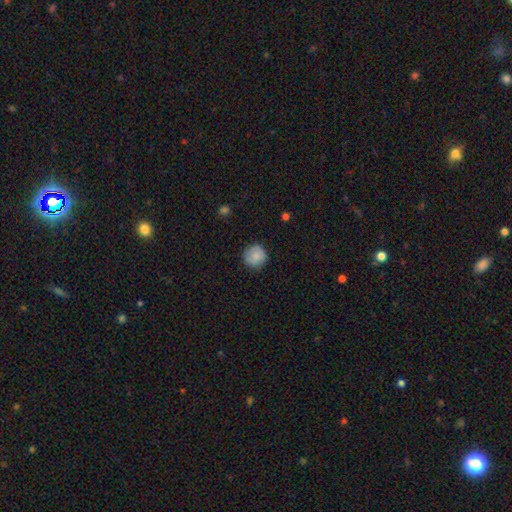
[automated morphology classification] A smooth galaxy with no disk features (84%) that is round (93%). Merging: none (85%).